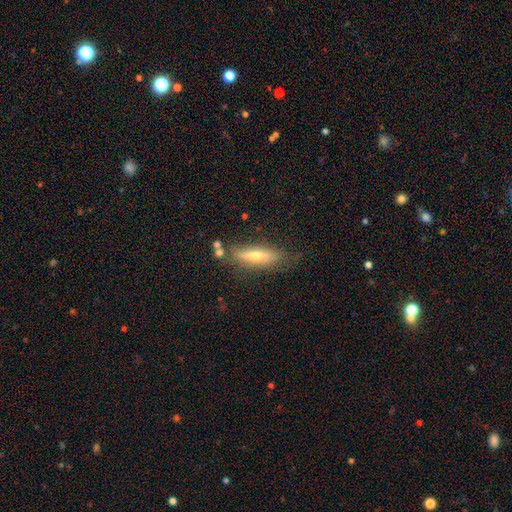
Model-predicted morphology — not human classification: type=smooth (50%); roundness=cigar-shaped (64%); merging=none (67%).